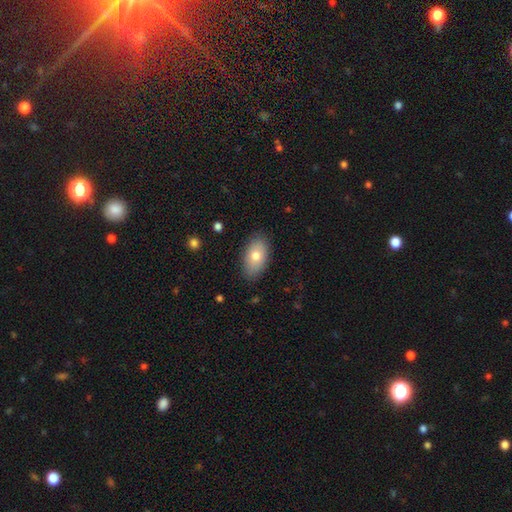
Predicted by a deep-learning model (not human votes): The model was most divided on "smooth or featured": smooth: 73%, featured or disk: 20%, star or artifact: 7%. More confident: how rounded — in between (92%); merging — none (85%).